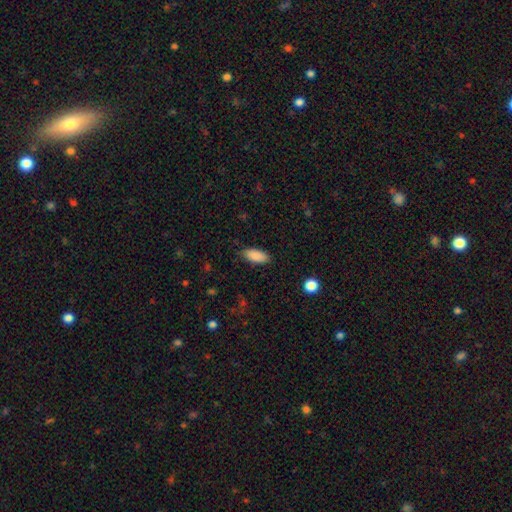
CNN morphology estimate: smooth 89%, star or artifact 7%, featured or disk 4%. Down the decision tree: how rounded — in between (88%); merging — none (84%).